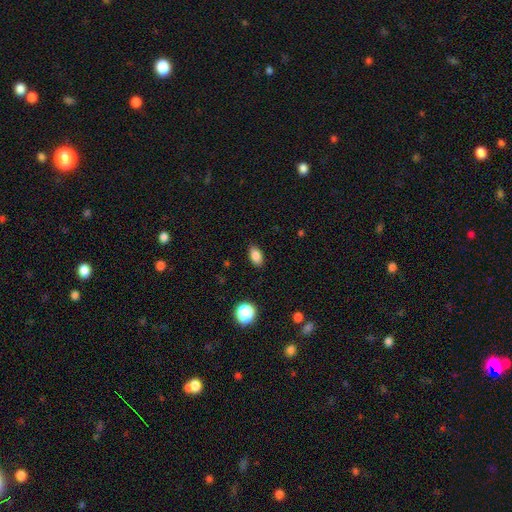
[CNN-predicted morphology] Smooth or featured? Predicted: smooth (p=0.85). How rounded? Predicted: in between (p=0.89). Merging? Predicted: none (p=0.87).